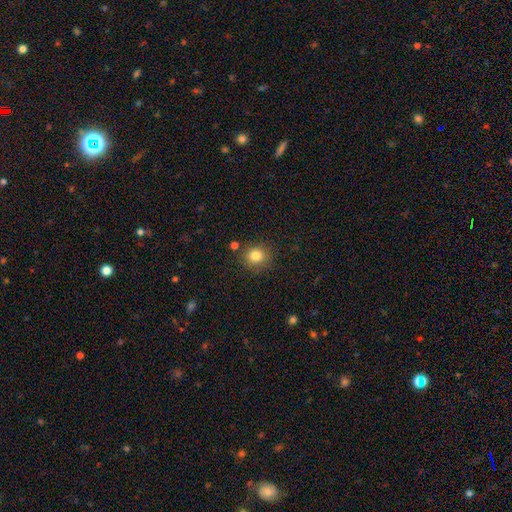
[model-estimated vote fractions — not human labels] This appears to be a smooth galaxy with no disk features (82%) that is round (87%). Merging: none (83%).